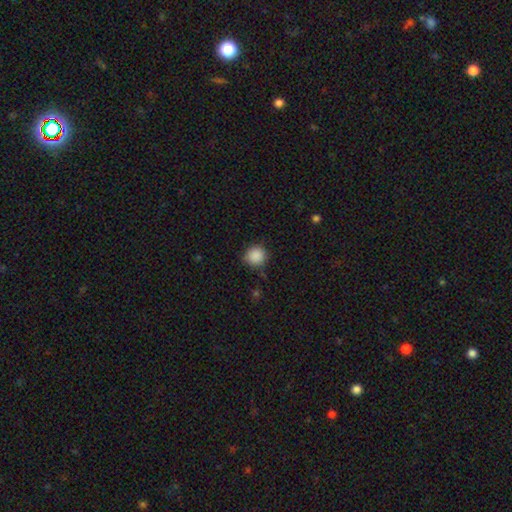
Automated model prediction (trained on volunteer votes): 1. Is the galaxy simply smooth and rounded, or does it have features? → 88% smooth, 9% star or artifact, 3% featured or disk.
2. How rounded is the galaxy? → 93% round, 6% in between, 1% cigar-shaped.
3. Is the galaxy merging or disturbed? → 84% none, 12% minor disturbance, 3% major disturbance, 1% merger.